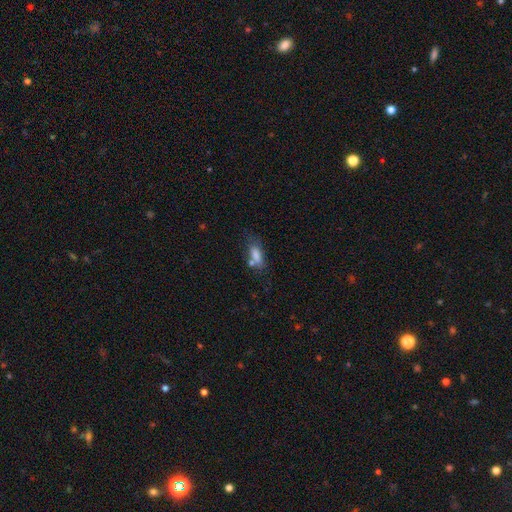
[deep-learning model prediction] smooth_or_featured: smooth (p=0.75) [alt: featured or disk p=0.14]
how_rounded: in between (p=0.69) [alt: cigar-shaped p=0.27]
merging: none (p=0.49) [alt: minor disturbance p=0.22]